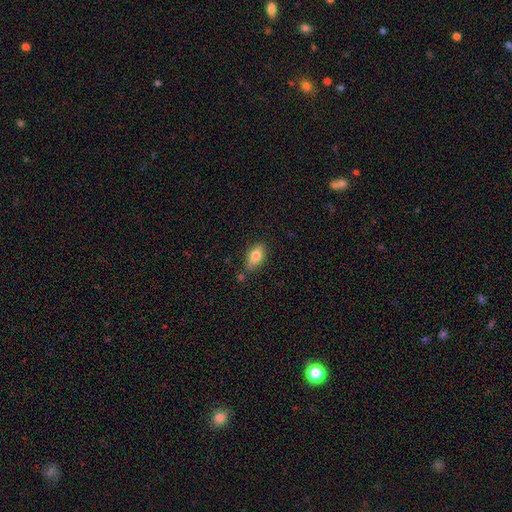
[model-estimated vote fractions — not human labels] A smooth galaxy with no disk features (76%) that is in between round and cigar-shaped (85%).

Vote fractions:
- Smooth or featured? smooth: 76% / featured or disk: 17% / star or artifact: 8%
- How rounded? in between: 85% / cigar-shaped: 10% / round: 5%
- Merging? none: 72% / minor disturbance: 18% / merger: 6% / major disturbance: 4%